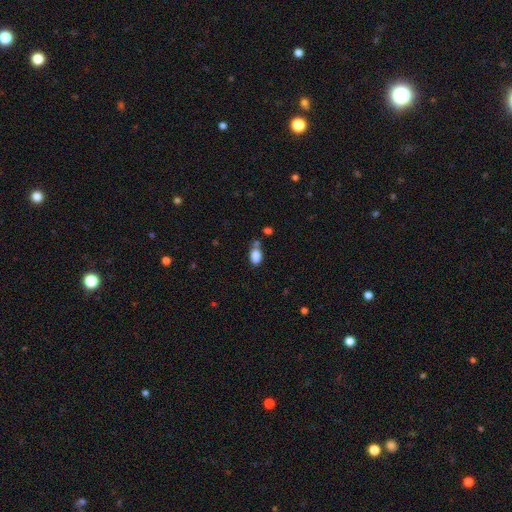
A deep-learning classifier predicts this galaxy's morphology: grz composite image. It shows a smooth galaxy with no disk features (85%) that is in between round and cigar-shaped (87%). Merging: none (50%).